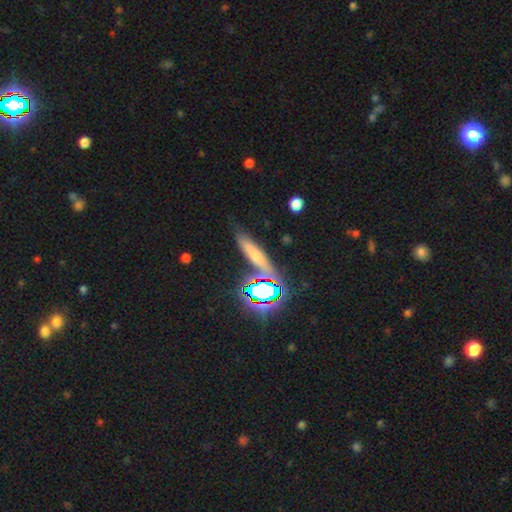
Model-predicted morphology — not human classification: smooth-or-featured: smooth: 53% | star or artifact: 24% | featured or disk: 22%
  how-rounded: cigar-shaped: 72% | in between: 20% | round: 7%
  merging: none: 72% | minor disturbance: 15% | merger: 9% | major disturbance: 5%